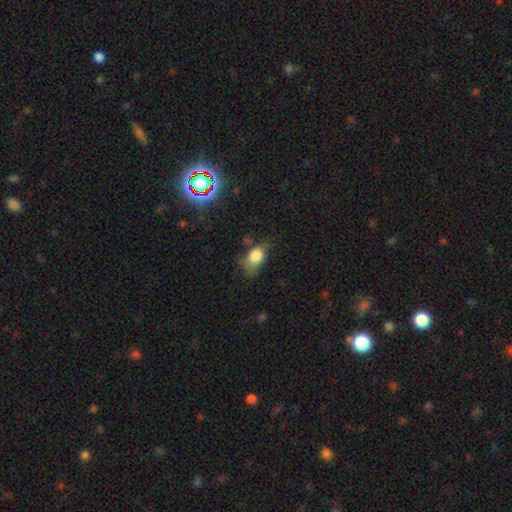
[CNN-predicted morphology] smooth_or_featured: smooth (p=0.76) [alt: featured or disk p=0.13]
how_rounded: in between (p=0.78) [alt: round p=0.20]
merging: none (p=0.37) [alt: minor disturbance p=0.35]